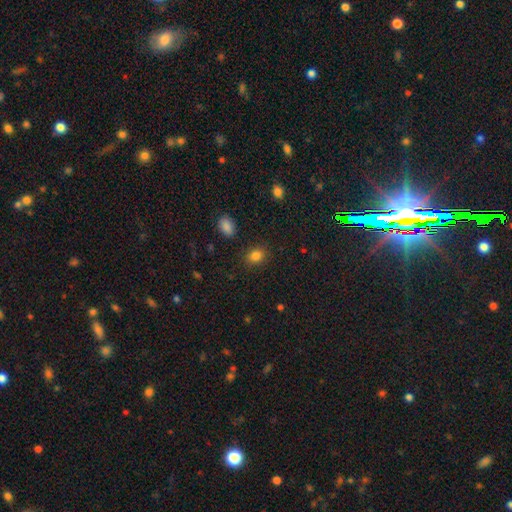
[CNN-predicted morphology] Smooth or featured?
  - smooth: 84% *
  - star or artifact: 12%
  - featured or disk: 5%
How rounded?
  - in between: 51% *
  - round: 48%
  - cigar-shaped: 1%
Merging?
  - none: 86% *
  - minor disturbance: 9%
  - major disturbance: 3%
  - merger: 2%